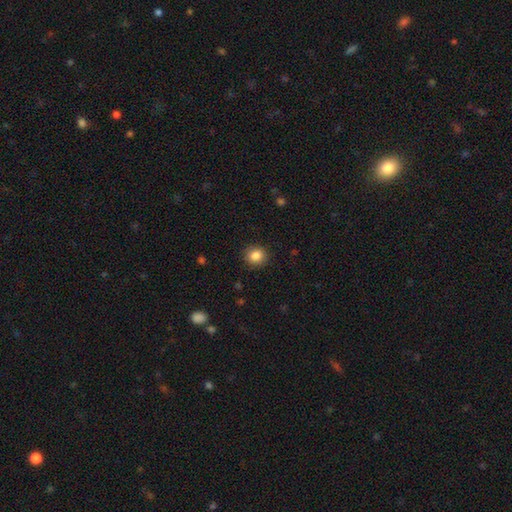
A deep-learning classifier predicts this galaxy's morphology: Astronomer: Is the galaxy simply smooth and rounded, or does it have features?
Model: smooth — 85%.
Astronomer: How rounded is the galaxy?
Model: round — 83%.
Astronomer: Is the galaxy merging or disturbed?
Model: none — 90%.